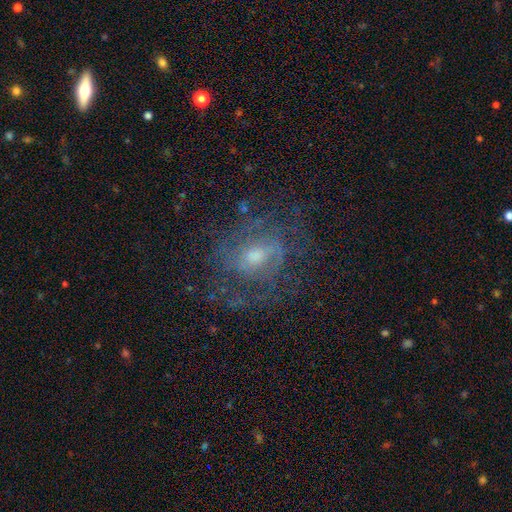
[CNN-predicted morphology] Smooth or featured?
  - featured or disk: 72% *
  - smooth: 16%
  - star or artifact: 12%
Edge-on disk?
  - no: 96% *
  - yes: 4%
Bar?
  - weak: 46% *
  - no: 43%
  - strong: 12%
Spiral arms?
  - yes: 79% *
  - no: 21%
Spiral winding?
  - medium: 43% *
  - tight: 40%
  - loose: 17%
Spiral arm count?
  - can't tell: 41% *
  - 2: 36%
  - 3: 10%
  - 1: 6%
  - 4: 4%
  - more than 4: 3%
Bulge size?
  - moderate: 56% *
  - small: 31%
  - large: 8%
  - none: 4%
  - dominant: 1%
Merging?
  - none: 64% *
  - minor disturbance: 18%
  - major disturbance: 16%
  - merger: 2%